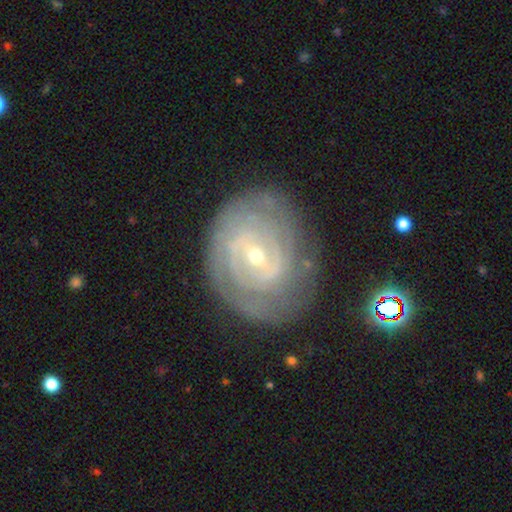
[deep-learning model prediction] Overall: featured or disk (84%). Edge-on disk: no (96%). Bar: weak (48%; no 35%). Spiral arms: yes (91%). Spiral arm count: can't tell (41%; 2 28%). Spiral winding: tight (76%). Bulge size: small (67%; moderate 31%). Merging: none (73%).